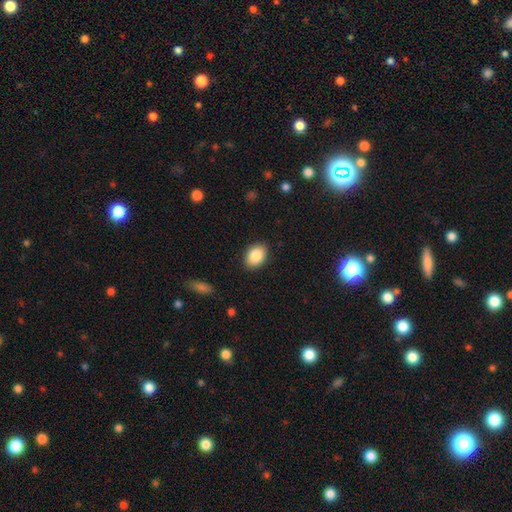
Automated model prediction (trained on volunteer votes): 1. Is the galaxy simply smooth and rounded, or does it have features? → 87% smooth, 7% star or artifact, 6% featured or disk.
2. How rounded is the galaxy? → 80% in between, 19% round, 1% cigar-shaped.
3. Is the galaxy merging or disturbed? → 89% none, 8% minor disturbance, 2% major disturbance, 1% merger.